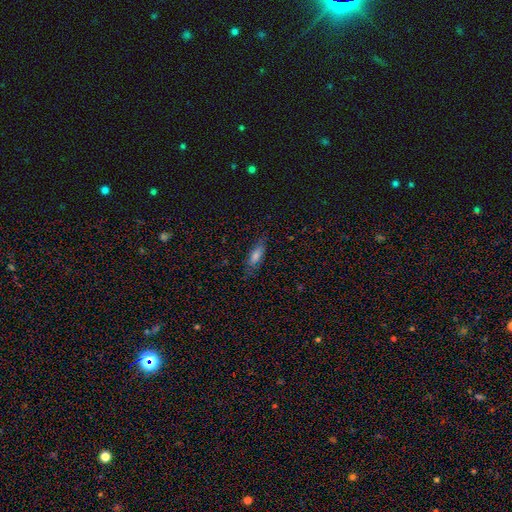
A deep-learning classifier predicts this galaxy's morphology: Q: Smooth or featured?
A: smooth (64%); runner-up: featured or disk (25%)
Q: How rounded?
A: in between (49%); runner-up: cigar-shaped (48%)
Q: Merging?
A: none (77%); runner-up: minor disturbance (17%)